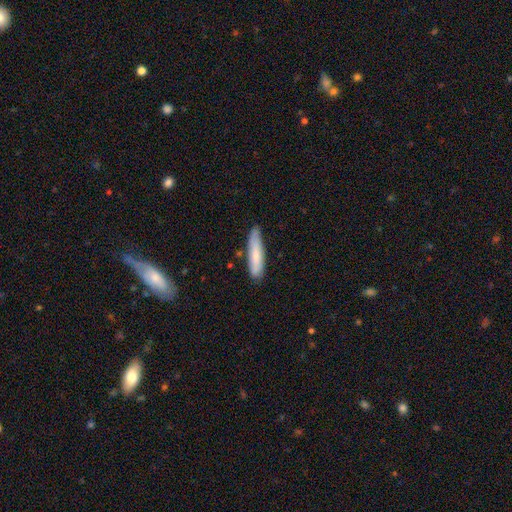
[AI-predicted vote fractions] Smooth or featured: smooth — 77% (featured or disk — 17%)
How rounded: cigar-shaped — 81% (in between — 18%)
Merging: none — 77% (minor disturbance — 18%)